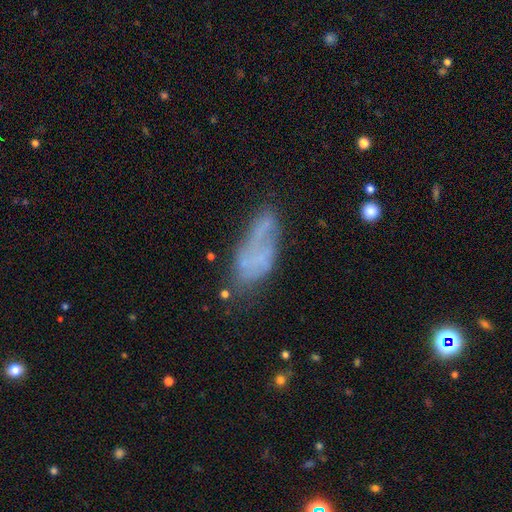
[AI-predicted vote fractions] A smooth galaxy with no disk features (44%, tied with featured or disk).

Vote fractions:
- Smooth or featured? smooth: 44% (tied) / featured or disk: 44% (tied) / star or artifact: 12%
- Merging? none: 47% / minor disturbance: 27% / major disturbance: 19% / merger: 7%